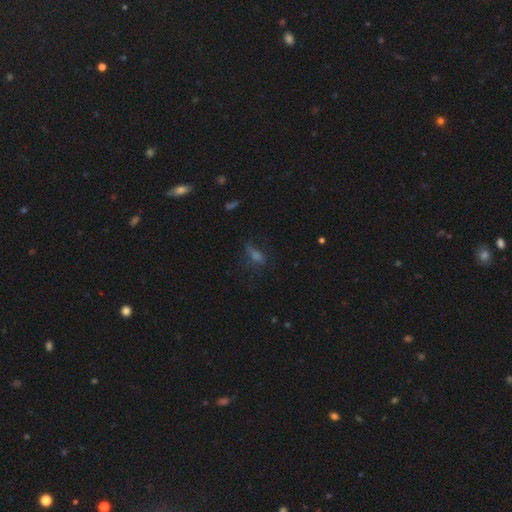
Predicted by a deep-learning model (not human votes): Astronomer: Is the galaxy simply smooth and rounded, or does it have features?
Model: smooth — 43% (runner-up: star or artifact, 35%).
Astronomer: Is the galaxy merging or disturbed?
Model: none — 59%.